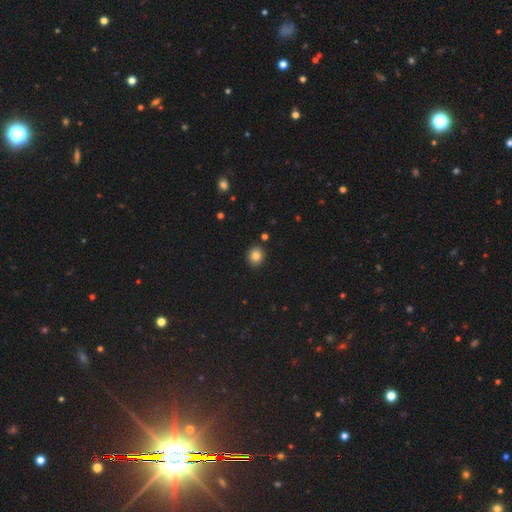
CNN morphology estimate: Smooth or featured?
  - smooth: 84% *
  - star or artifact: 11%
  - featured or disk: 5%
How rounded?
  - round: 82% *
  - in between: 17%
  - cigar-shaped: 1%
Merging?
  - none: 90% *
  - minor disturbance: 6%
  - merger: 2%
  - major disturbance: 2%